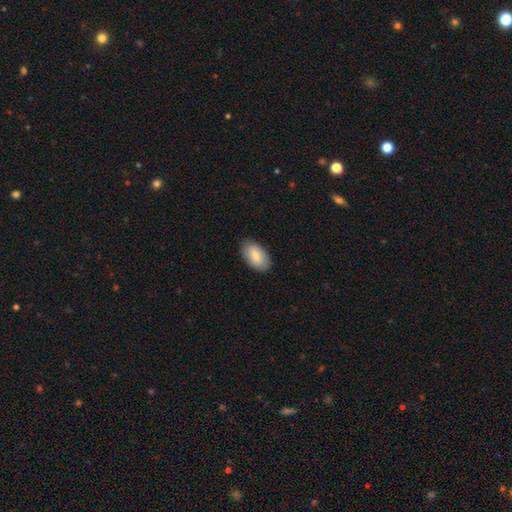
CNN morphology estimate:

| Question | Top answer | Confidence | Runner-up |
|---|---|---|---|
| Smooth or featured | smooth | 81% | featured or disk (13%) |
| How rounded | in between | 95% | round (3%) |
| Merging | none | 87% | minor disturbance (10%) |